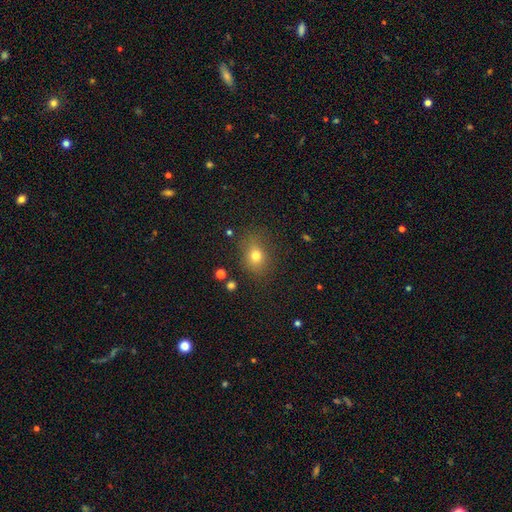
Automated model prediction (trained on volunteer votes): Smooth or featured? smooth (74%)
How rounded? round (52%)
Merging? none (73%)